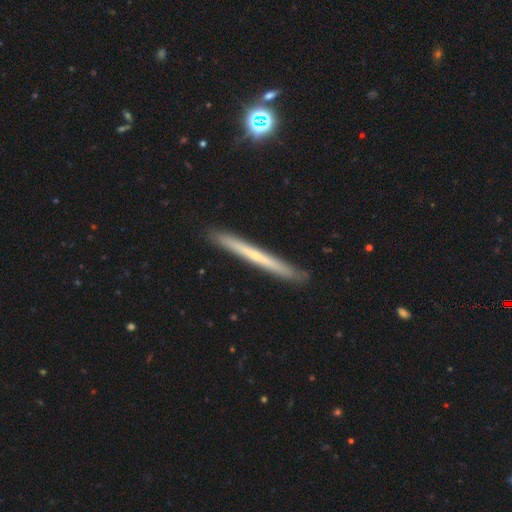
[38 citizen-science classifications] smooth-or-featured: featured or disk: 58% | smooth: 37% | star or artifact: 5%
  disk-edge-on: yes: 95% | no: 5%
    edge-on-bulge: none: 81% | rounded: 19% | boxy: 0%
  merging: none: 86% | minor disturbance: 14% | major disturbance: 0% | merger: 0%